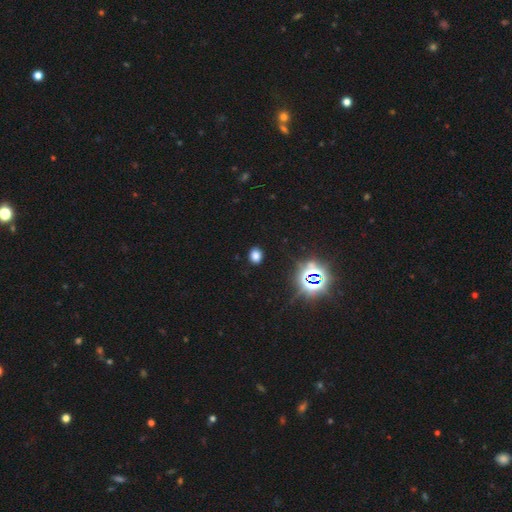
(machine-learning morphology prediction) This appears to be a smooth galaxy with no disk features (70%) that is in between round and cigar-shaped (59%). Merging: none (89%).